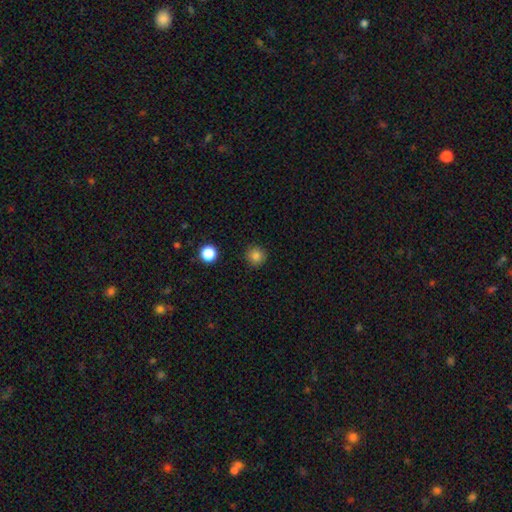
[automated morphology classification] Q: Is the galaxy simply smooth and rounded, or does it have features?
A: smooth — 84%.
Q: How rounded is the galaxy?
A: round — 95%.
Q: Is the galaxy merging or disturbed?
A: none — 90%.